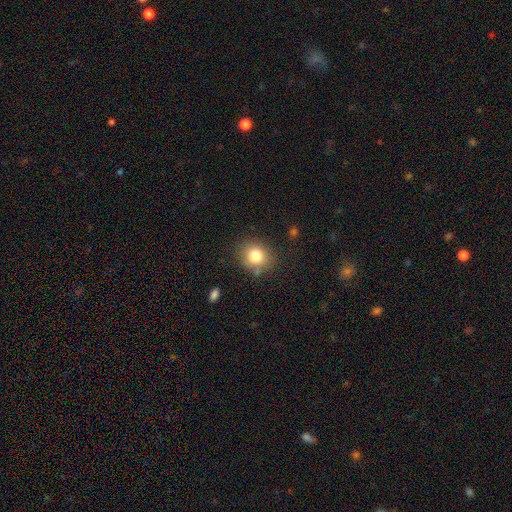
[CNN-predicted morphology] A smooth galaxy with no disk features (80%) that is round (75%).

Vote fractions:
- Smooth or featured? smooth: 80% / star or artifact: 11% / featured or disk: 8%
- How rounded? round: 75% / in between: 24% / cigar-shaped: 1%
- Merging? none: 79% / minor disturbance: 13% / major disturbance: 4% / merger: 3%